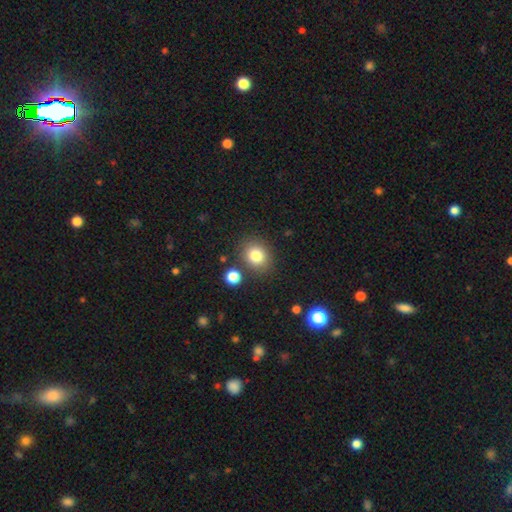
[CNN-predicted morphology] A smooth galaxy with no disk features (81%) that is round (72%).

Vote fractions:
- Smooth or featured? smooth: 81% / star or artifact: 11% / featured or disk: 8%
- How rounded? round: 72% / in between: 27% / cigar-shaped: 1%
- Merging? none: 81% / minor disturbance: 9% / merger: 6% / major disturbance: 3%